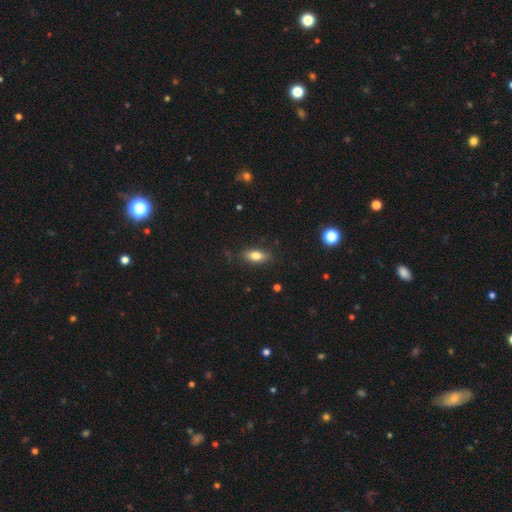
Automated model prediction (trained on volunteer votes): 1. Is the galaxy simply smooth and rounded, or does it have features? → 76% smooth, 16% featured or disk, 8% star or artifact.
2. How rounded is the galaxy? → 83% in between, 12% cigar-shaped, 5% round.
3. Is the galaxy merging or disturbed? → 83% none, 13% minor disturbance, 3% major disturbance, 1% merger.